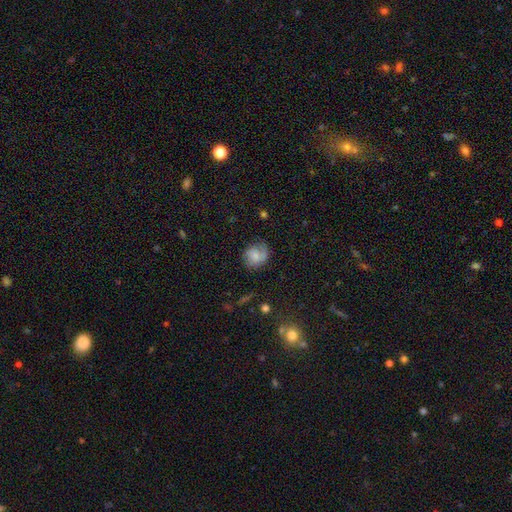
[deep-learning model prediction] Morphology: type=smooth (49%); merging=none (62%).